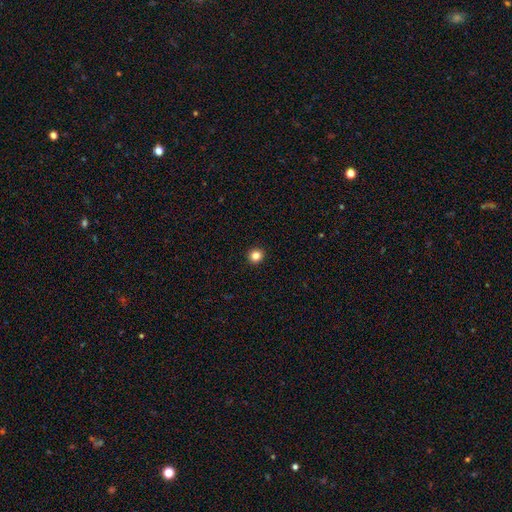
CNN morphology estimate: Overall: smooth (83%). How rounded: round (93%). Merging: none (94%).